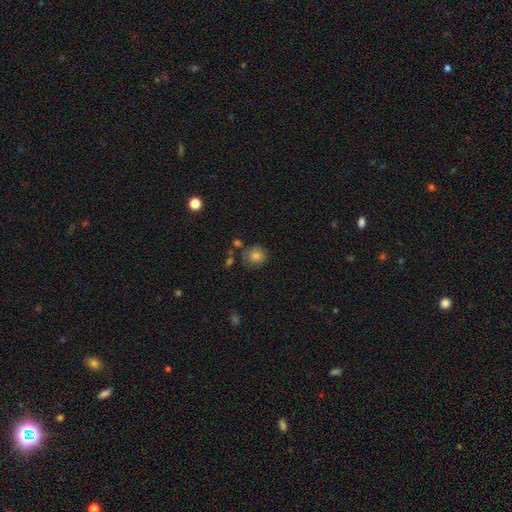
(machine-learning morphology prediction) Overall: smooth (73%). How rounded: round (80%). Merging: none (74%).